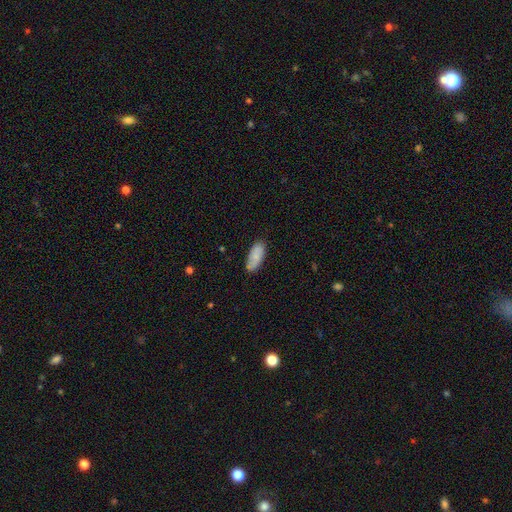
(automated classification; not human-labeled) Smooth or featured? smooth (80%)
How rounded? in between (84%)
Merging? none (80%)